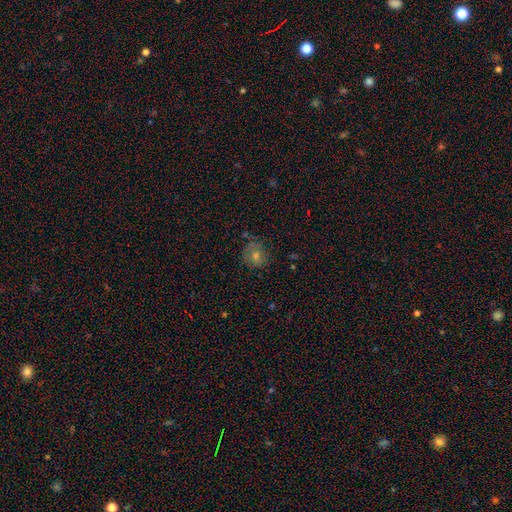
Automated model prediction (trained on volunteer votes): The model was most divided on "smooth or featured": smooth: 43%, featured or disk: 36%, star or artifact: 21%. More confident: merging — none (73%).